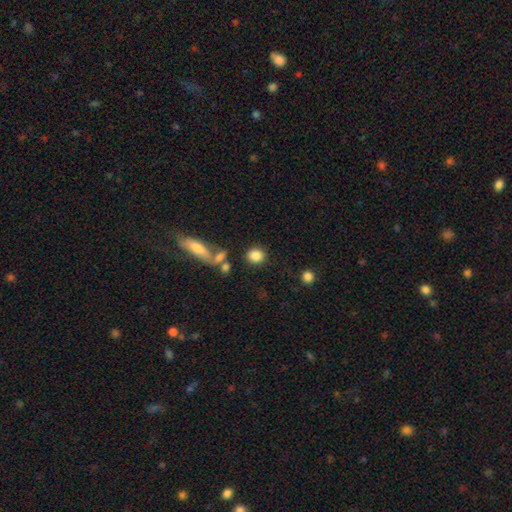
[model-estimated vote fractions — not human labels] Smooth or featured: smooth — 85% (star or artifact — 8%)
How rounded: round — 71% (in between — 26%)
Merging: none — 77% (merger — 10%)